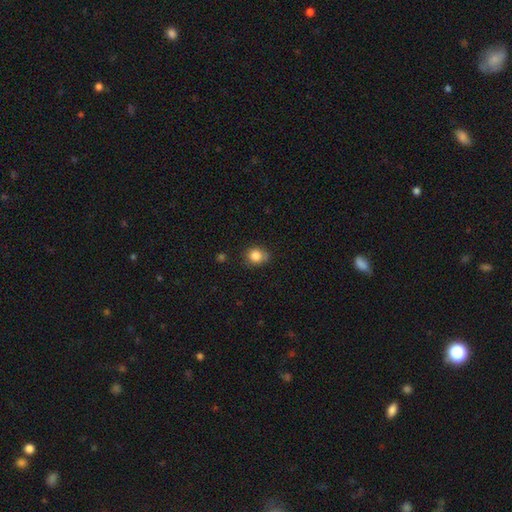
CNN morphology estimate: Smooth or featured? Predicted: smooth (p=0.83). How rounded? Predicted: round (p=0.73). Merging? Predicted: none (p=0.69).